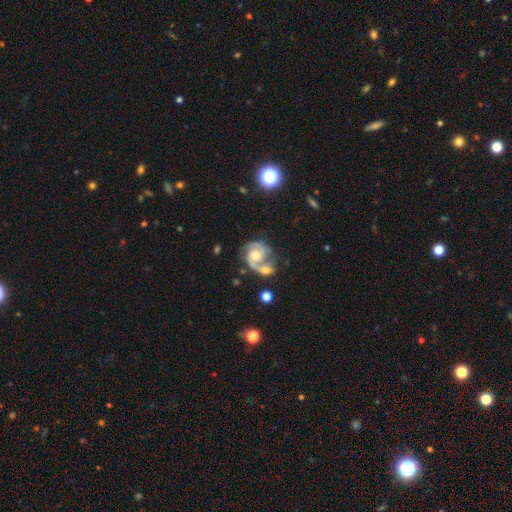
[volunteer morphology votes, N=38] Volunteers were most divided on "merging" (2-way tie): none: 34%, merger: 34%, minor disturbance: 17%, major disturbance: 14%. Remaining: spiral arms — yes (100%); edge-on disk — no (97%); spiral arm count — 2 (90%); smooth or featured — featured or disk (84%); bar — no (71%); spiral winding — medium (58%); bulge size — moderate (45%).